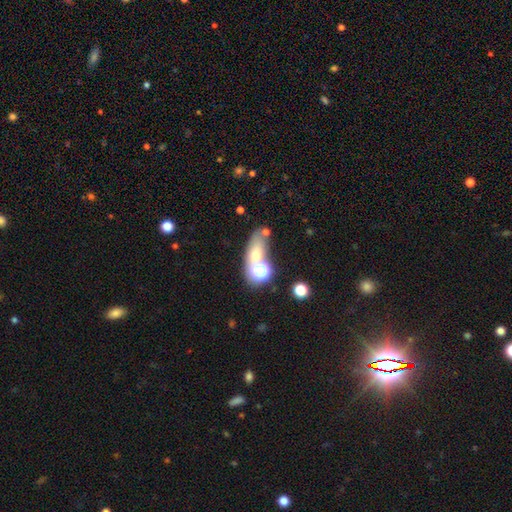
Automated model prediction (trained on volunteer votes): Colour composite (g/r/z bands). It shows a smooth galaxy with no disk features (58%) that is in between round and cigar-shaped (61%). Merging: none (47%).